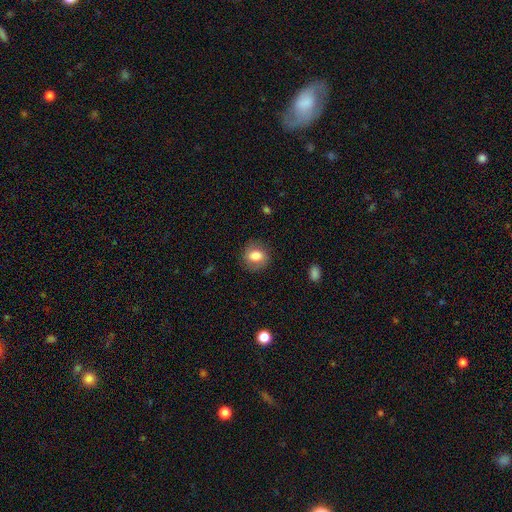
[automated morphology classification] Smooth or featured: smooth — 74% (featured or disk — 18%)
How rounded: round — 58% (in between — 41%)
Merging: none — 80% (minor disturbance — 14%)